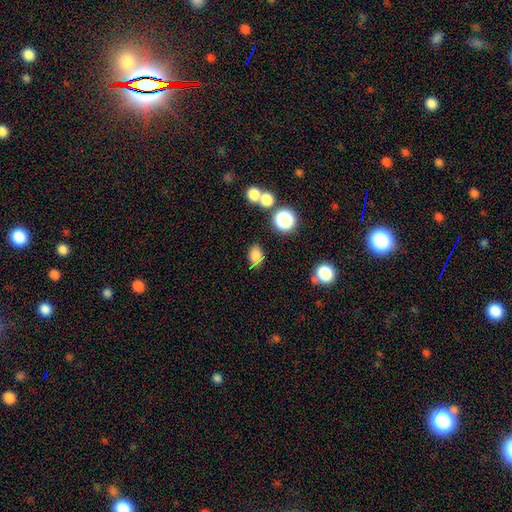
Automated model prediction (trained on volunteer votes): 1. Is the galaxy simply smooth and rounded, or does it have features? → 74% smooth, 16% star or artifact, 11% featured or disk.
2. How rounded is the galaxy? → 69% in between, 30% round, 2% cigar-shaped.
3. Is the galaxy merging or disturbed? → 62% none, 22% minor disturbance, 8% merger, 8% major disturbance.